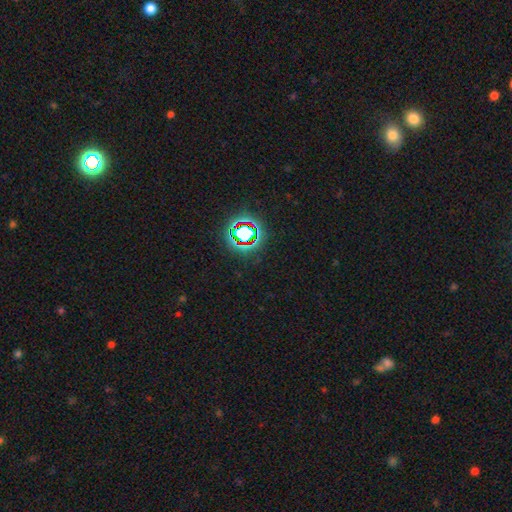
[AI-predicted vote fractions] Smooth or featured?
  - star or artifact: 78% *
  - smooth: 14%
  - featured or disk: 8%